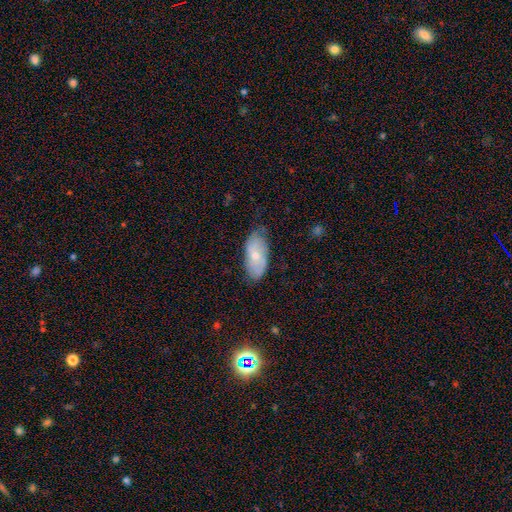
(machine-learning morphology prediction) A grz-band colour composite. It shows a smooth galaxy with no disk features (57%) that is in between round and cigar-shaped (91%). Merging: none (66%).